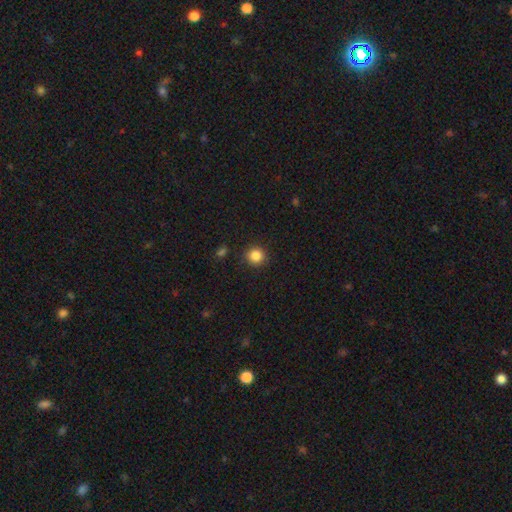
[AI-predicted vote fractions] A smooth galaxy with no disk features (85%) that is round (93%). Merging: none (87%).